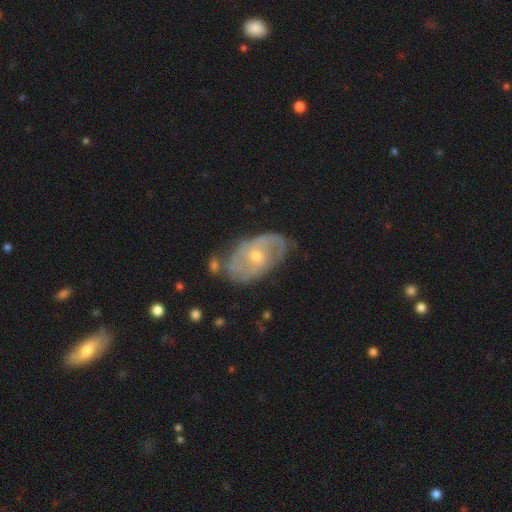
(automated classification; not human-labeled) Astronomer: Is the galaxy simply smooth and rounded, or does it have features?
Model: featured or disk — 76%.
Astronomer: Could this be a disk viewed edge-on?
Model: no — 95%.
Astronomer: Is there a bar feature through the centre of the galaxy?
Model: no — 54% (runner-up: weak, 38%).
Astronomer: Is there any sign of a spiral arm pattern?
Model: yes — 84%.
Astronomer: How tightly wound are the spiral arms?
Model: medium — 43% (runner-up: tight, 34%).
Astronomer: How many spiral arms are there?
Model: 2 — 59%.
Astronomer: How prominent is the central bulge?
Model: small — 52% (runner-up: moderate, 45%).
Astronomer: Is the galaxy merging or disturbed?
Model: none — 60%.